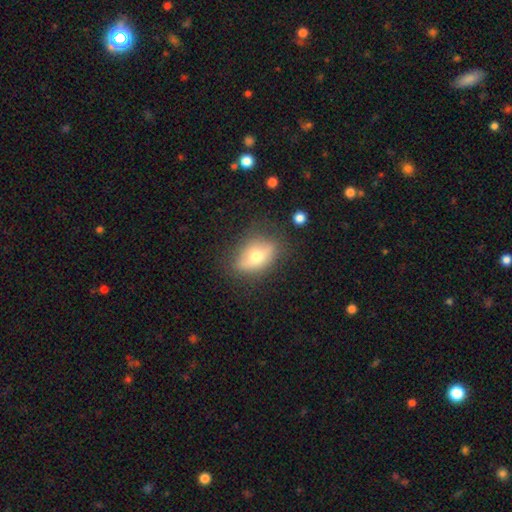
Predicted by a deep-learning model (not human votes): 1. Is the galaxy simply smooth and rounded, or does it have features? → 56% smooth, 36% featured or disk, 9% star or artifact.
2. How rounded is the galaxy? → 78% in between, 17% round, 4% cigar-shaped.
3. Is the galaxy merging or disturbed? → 73% none, 19% minor disturbance, 6% major disturbance, 2% merger.